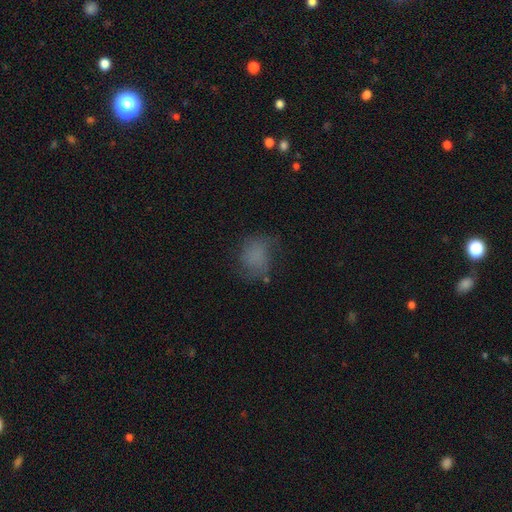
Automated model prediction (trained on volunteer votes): Smooth or featured: smooth — 63% (featured or disk — 23%)
How rounded: round — 57% (in between — 42%)
Merging: none — 54% (minor disturbance — 26%)